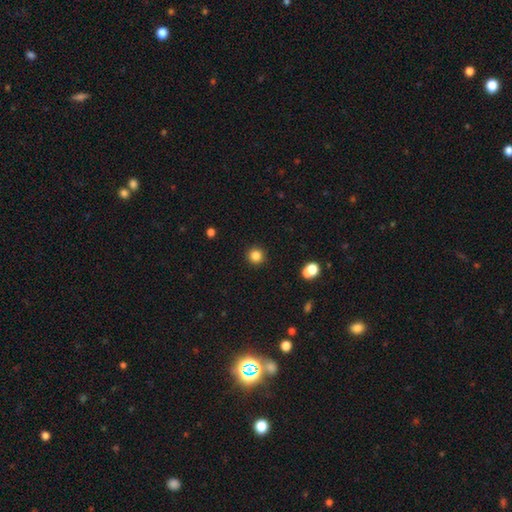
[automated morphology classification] smooth-or-featured: smooth: 84% | star or artifact: 12% | featured or disk: 4%
  how-rounded: round: 95% | in between: 4% | cigar-shaped: 1%
  merging: none: 92% | minor disturbance: 5% | major disturbance: 2% | merger: 2%